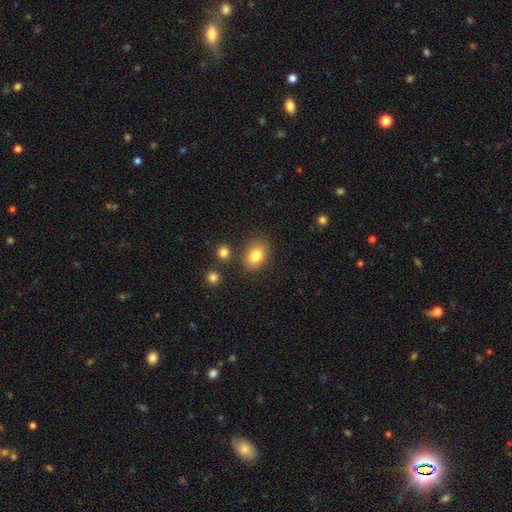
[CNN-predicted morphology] Smooth or featured? smooth (81%)
How rounded? in between (63%)
Merging? none (78%)